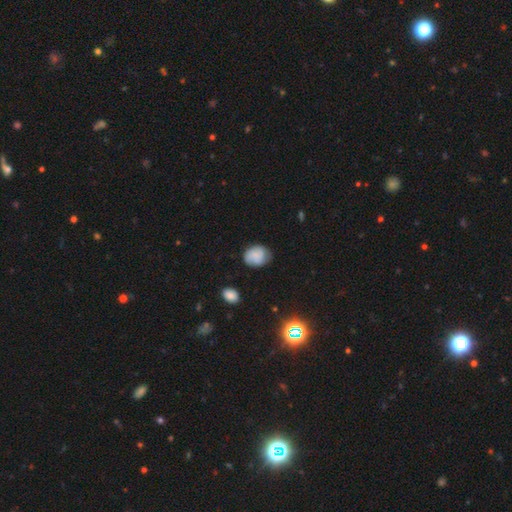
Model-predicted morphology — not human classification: Smooth or featured? Predicted: smooth (p=0.75). How rounded? Predicted: round (p=0.51). Merging? Predicted: none (p=0.69).